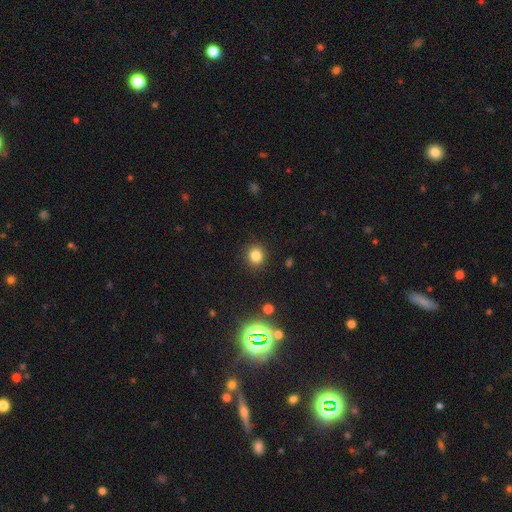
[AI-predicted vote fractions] Morphology: type=smooth (81%); roundness=round (84%); merging=none (90%).